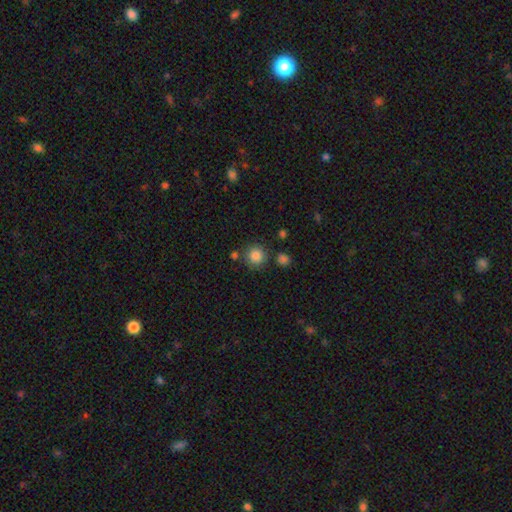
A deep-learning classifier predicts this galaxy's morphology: smooth 85%, star or artifact 10%, featured or disk 5%. Down the decision tree: how rounded — round (93%); merging — none (80%).